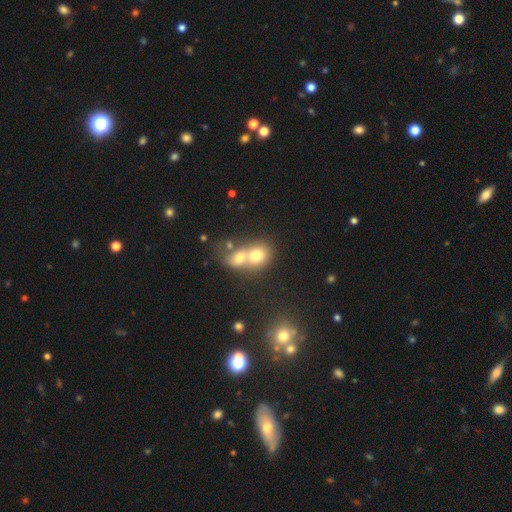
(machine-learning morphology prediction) A smooth galaxy with no disk features (70%) that is round (62%).

Vote fractions:
- Smooth or featured? smooth: 70% / featured or disk: 18% / star or artifact: 11%
- How rounded? round: 62% / in between: 37% / cigar-shaped: 1%
- Merging? merger: 71% / none: 20% / minor disturbance: 5% / major disturbance: 4%